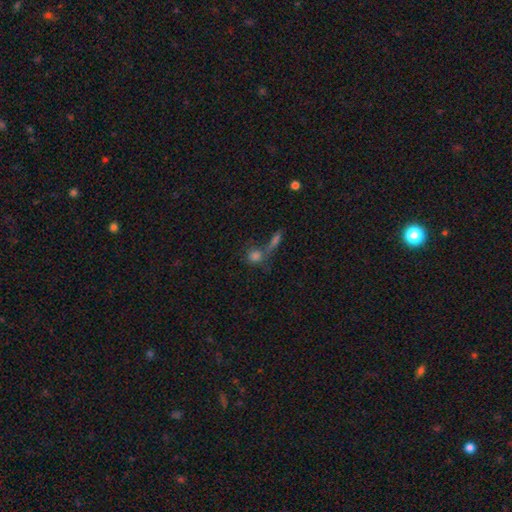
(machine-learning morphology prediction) Smooth or featured: smooth — 71% (star or artifact — 18%)
How rounded: round — 75% (in between — 19%)
Merging: none — 48% (merger — 35%)